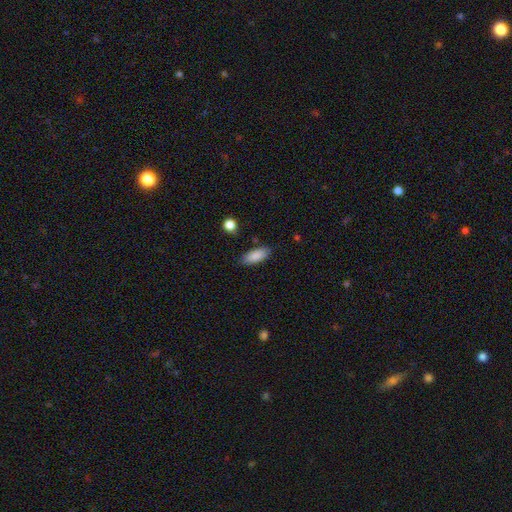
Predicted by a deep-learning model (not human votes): Smooth or featured? smooth (87%)
How rounded? in between (79%)
Merging? none (84%)